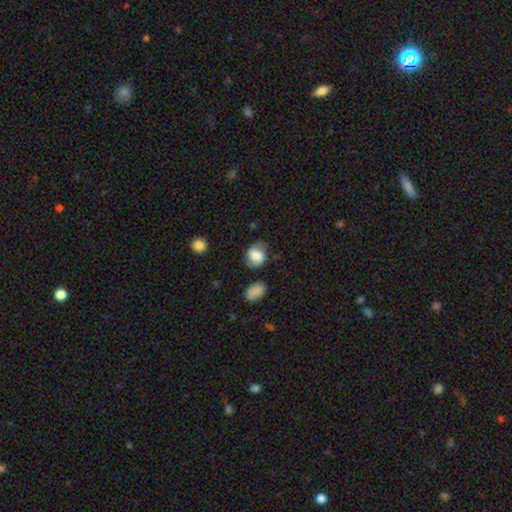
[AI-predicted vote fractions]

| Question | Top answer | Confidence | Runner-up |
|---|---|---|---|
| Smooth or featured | smooth | 61% | featured or disk (31%) |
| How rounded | round | 54% | in between (45%) |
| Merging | none | 67% | minor disturbance (23%) |